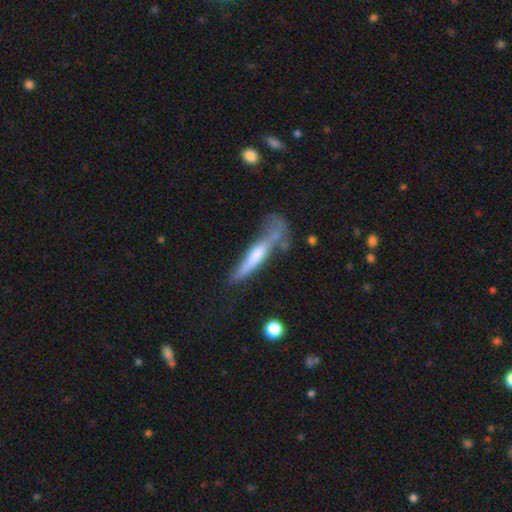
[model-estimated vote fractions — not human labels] Overall: smooth (53%; featured or disk 41%). How rounded: cigar-shaped (89%). Merging: none (41%; minor disturbance 26%).